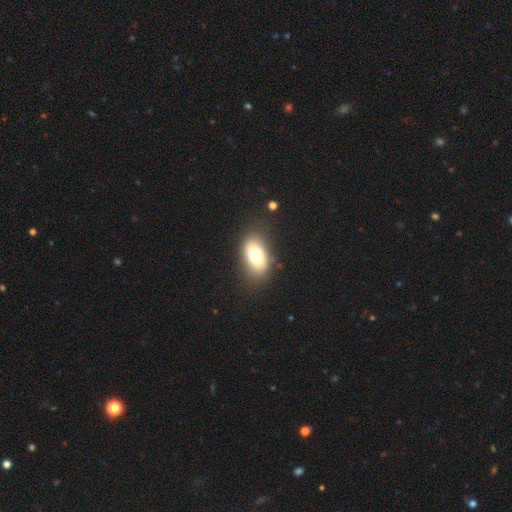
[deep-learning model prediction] smooth 77%, featured or disk 15%, star or artifact 9%. Down the decision tree: how rounded — in between (89%); merging — none (80%).